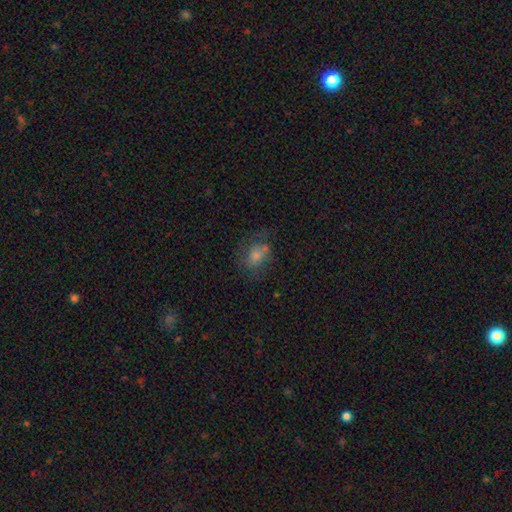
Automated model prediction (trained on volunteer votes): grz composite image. It shows a smooth galaxy with no disk features (56%) that is in between round and cigar-shaped (55%). Merging: none (54%).